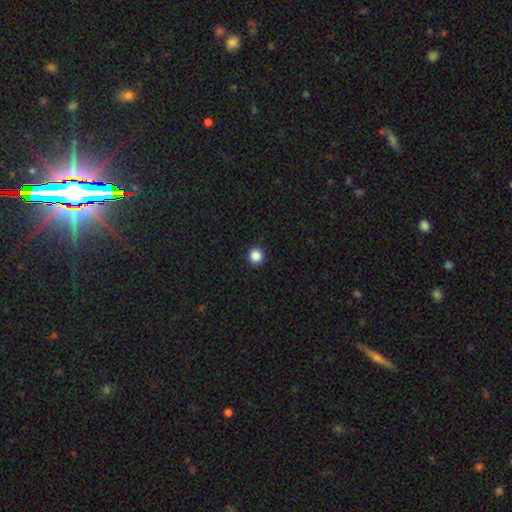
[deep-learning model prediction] smooth 87%, star or artifact 10%, featured or disk 3%. Down the decision tree: how rounded — round (94%); merging — none (93%).